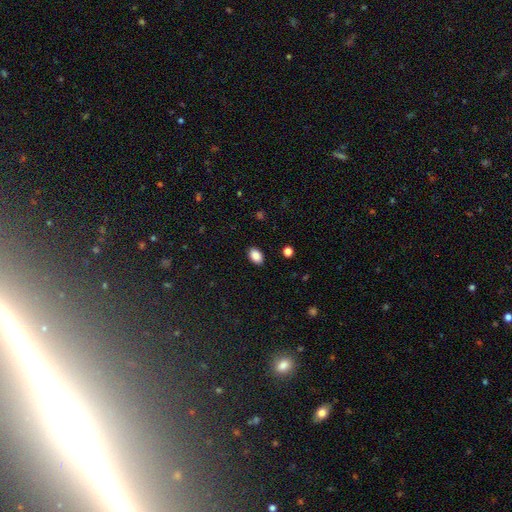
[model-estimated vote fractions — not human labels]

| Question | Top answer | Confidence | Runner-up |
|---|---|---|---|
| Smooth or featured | smooth | 88% | star or artifact (8%) |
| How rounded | in between | 87% | round (12%) |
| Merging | none | 88% | minor disturbance (8%) |